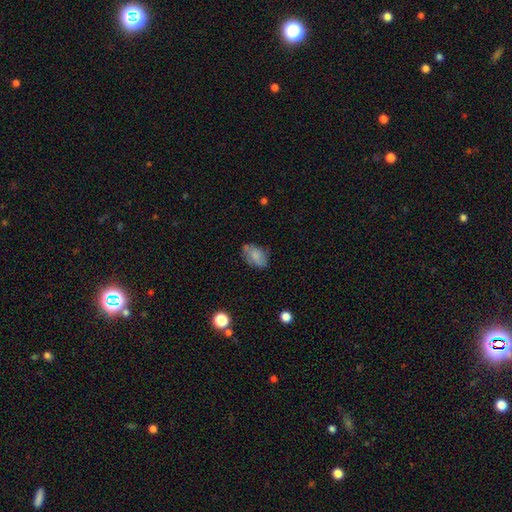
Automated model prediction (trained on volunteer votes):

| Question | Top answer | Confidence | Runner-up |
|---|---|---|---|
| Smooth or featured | smooth | 70% | featured or disk (21%) |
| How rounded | in between | 86% | round (12%) |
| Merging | none | 63% | minor disturbance (26%) |